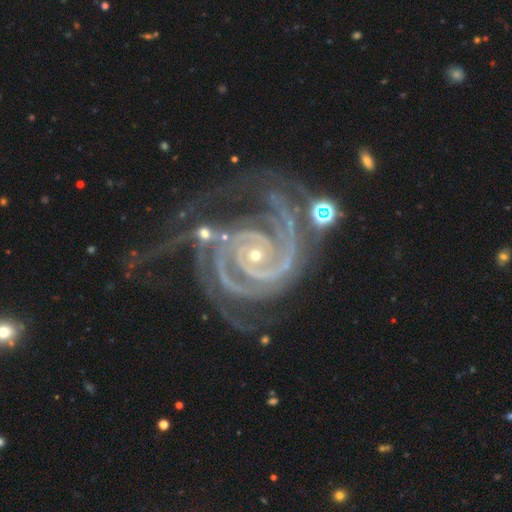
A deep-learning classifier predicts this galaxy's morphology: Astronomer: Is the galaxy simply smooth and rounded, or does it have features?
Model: featured or disk — 93%.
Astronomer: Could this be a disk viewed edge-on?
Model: no — 98%.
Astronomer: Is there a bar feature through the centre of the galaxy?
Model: no — 67%.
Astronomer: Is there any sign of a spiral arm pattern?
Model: yes — 99%.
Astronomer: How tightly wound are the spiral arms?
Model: tight — 71%.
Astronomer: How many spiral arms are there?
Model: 3 — 32% (runner-up: 2, 24%).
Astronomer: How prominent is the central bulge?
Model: small — 78%.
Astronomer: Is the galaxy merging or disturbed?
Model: none — 45% (runner-up: major disturbance, 25%).